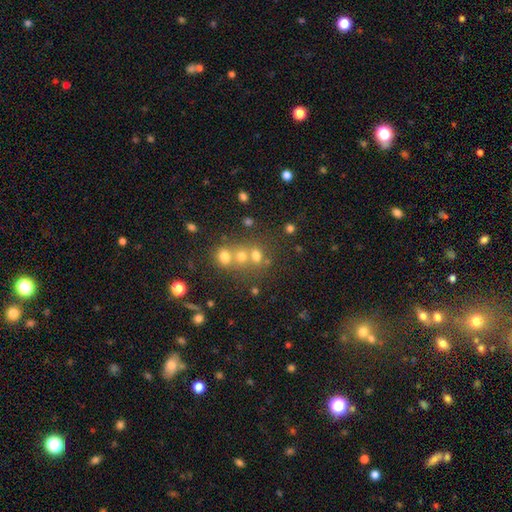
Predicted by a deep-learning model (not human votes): smooth-or-featured: smooth: 63% | star or artifact: 21% | featured or disk: 15%
  how-rounded: round: 66% | in between: 33% | cigar-shaped: 1%
  merging: merger: 46% | none: 41% | minor disturbance: 8% | major disturbance: 5%